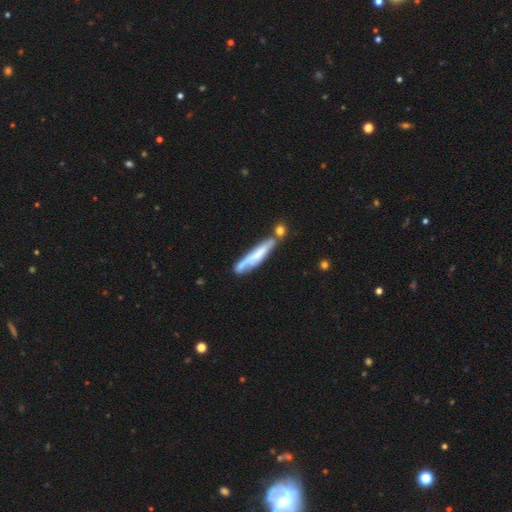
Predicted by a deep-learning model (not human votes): This appears to be a smooth galaxy with no disk features (51%) that is cigar-shaped (90%). Merging: none (50%).